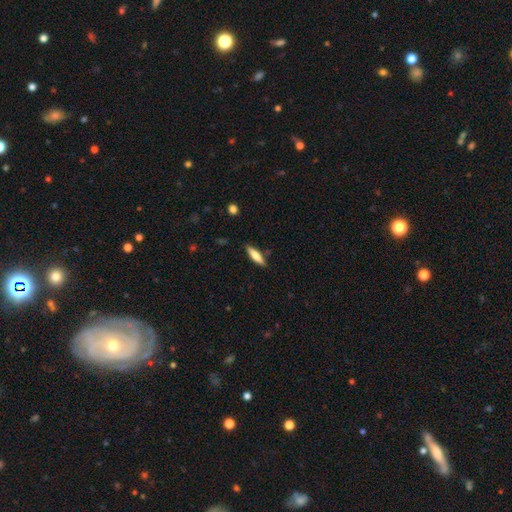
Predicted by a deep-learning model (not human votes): Smooth or featured?
  - smooth: 69% *
  - featured or disk: 25%
  - star or artifact: 6%
How rounded?
  - cigar-shaped: 66% *
  - in between: 32%
  - round: 2%
Merging?
  - none: 85% *
  - minor disturbance: 11%
  - major disturbance: 2%
  - merger: 2%